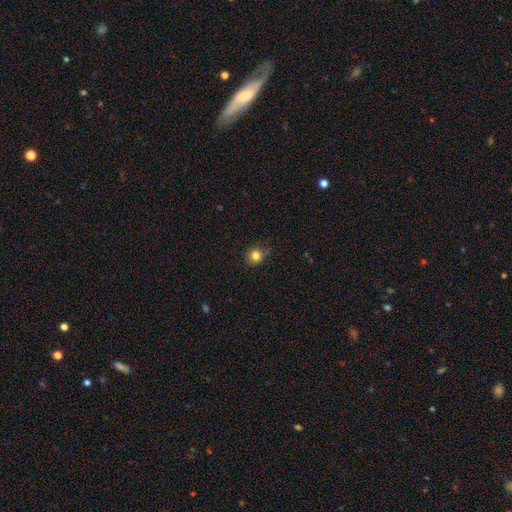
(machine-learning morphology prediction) smooth 82%, star or artifact 13%, featured or disk 5%. Down the decision tree: how rounded — round (90%); merging — none (79%).